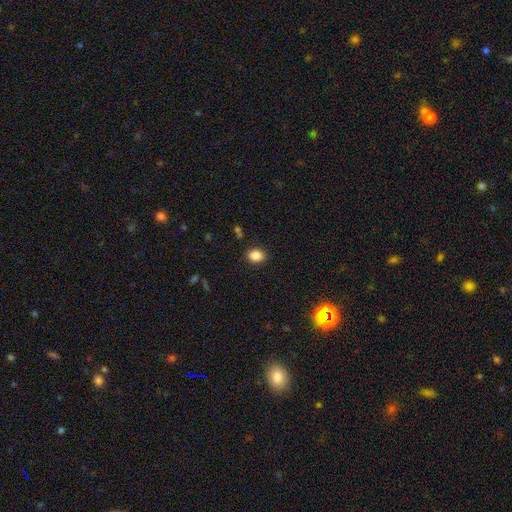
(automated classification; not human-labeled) Smooth or featured? Predicted: smooth (p=0.86). How rounded? Predicted: in between (p=0.55). Merging? Predicted: none (p=0.88).